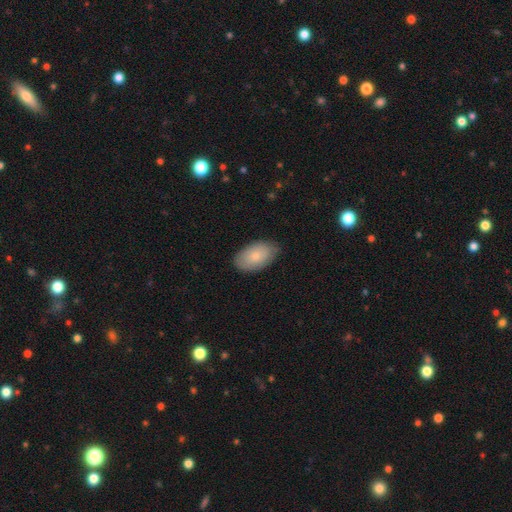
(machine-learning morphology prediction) Smooth or featured? Predicted: smooth (p=0.77). How rounded? Predicted: in between (p=0.94). Merging? Predicted: none (p=0.80).